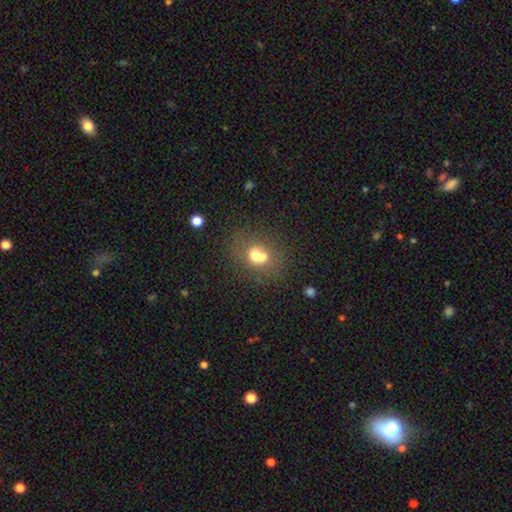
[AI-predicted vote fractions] Q: Smooth or featured?
A: smooth (62%); runner-up: featured or disk (24%)
Q: How rounded?
A: round (61%); runner-up: in between (38%)
Q: Merging?
A: merger (55%); runner-up: none (32%)